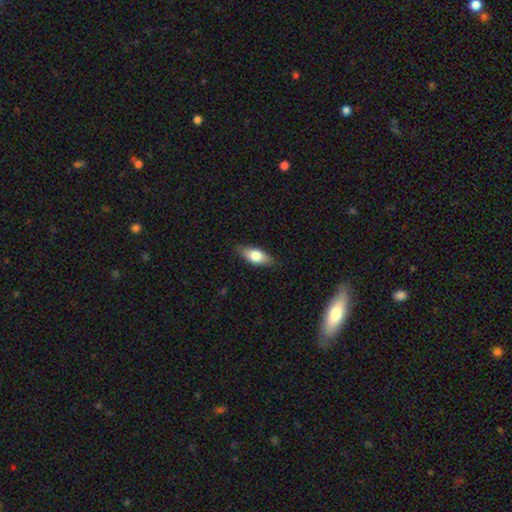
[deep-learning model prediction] This appears to be a smooth galaxy with no disk features (70%) that is in between round and cigar-shaped (82%). Merging: none (84%).